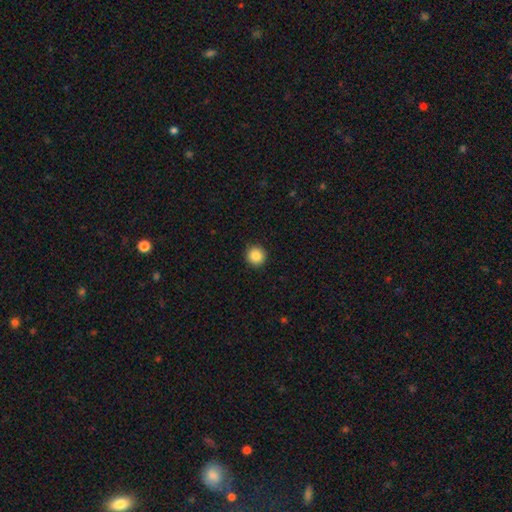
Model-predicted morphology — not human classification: Smooth or featured?
  - smooth: 86% *
  - star or artifact: 9%
  - featured or disk: 4%
How rounded?
  - round: 94% *
  - in between: 5%
  - cigar-shaped: 1%
Merging?
  - none: 91% *
  - minor disturbance: 6%
  - major disturbance: 2%
  - merger: 1%